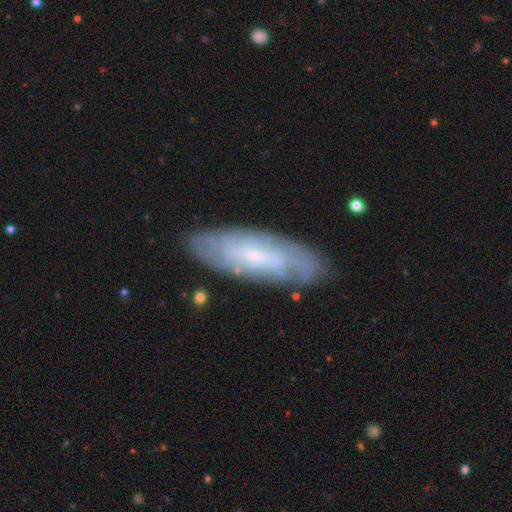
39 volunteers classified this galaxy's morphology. smooth_or_featured: featured or disk (p=0.62) [alt: smooth p=0.31]
disk_edge_on: no (p=0.96) [alt: yes p=0.04]
bar: no (p=0.65) [alt: weak p=0.30]
has_spiral_arms: yes (p=0.61) [alt: no p=0.39]
spiral_winding: tight (p=0.57) [alt: medium p=0.29]
spiral_arm_count: can't tell (p=0.86) [alt: 2 p=0.07]
bulge_size: small (p=0.70) [alt: moderate p=0.26]
merging: none (p=0.83) [alt: minor disturbance p=0.17]